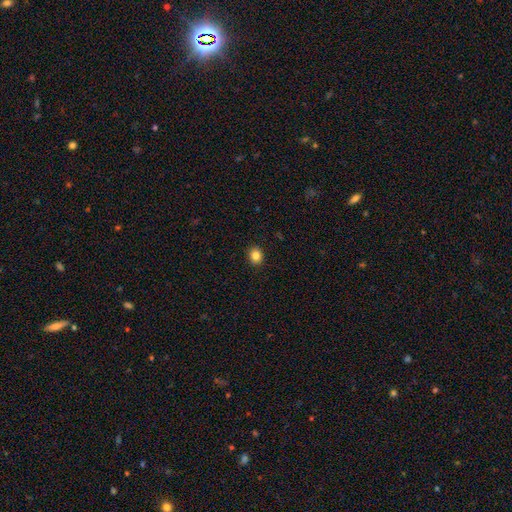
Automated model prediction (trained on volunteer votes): smooth-or-featured: smooth: 83% | star or artifact: 11% | featured or disk: 6%
  how-rounded: round: 70% | in between: 29% | cigar-shaped: 1%
  merging: none: 92% | minor disturbance: 6% | major disturbance: 2% | merger: 1%